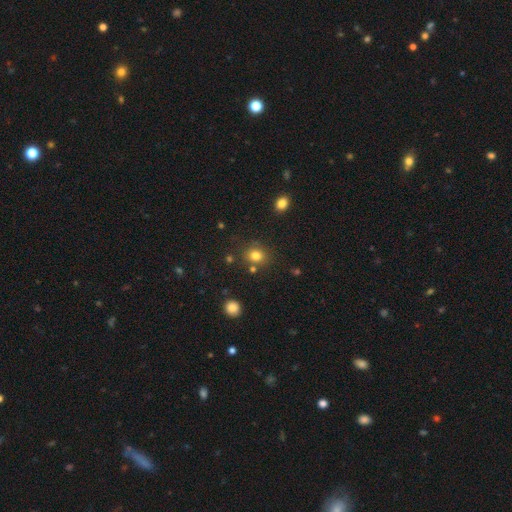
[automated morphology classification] smooth_or_featured: smooth (p=0.80) [alt: star or artifact p=0.14]
how_rounded: round (p=0.75) [alt: in between p=0.24]
merging: none (p=0.78) [alt: minor disturbance p=0.11]